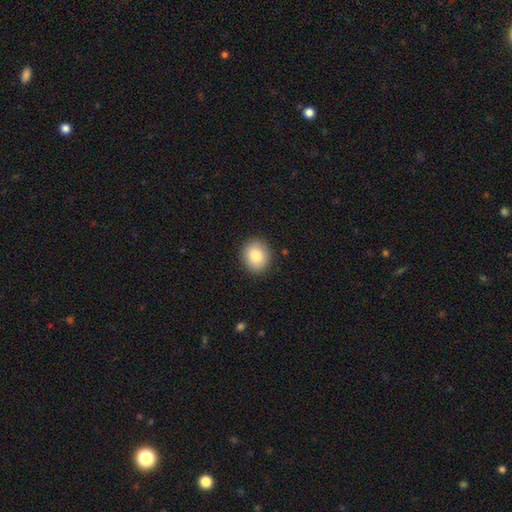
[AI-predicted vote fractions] Smooth or featured? Predicted: smooth (p=0.86). How rounded? Predicted: round (p=0.67). Merging? Predicted: none (p=0.89).